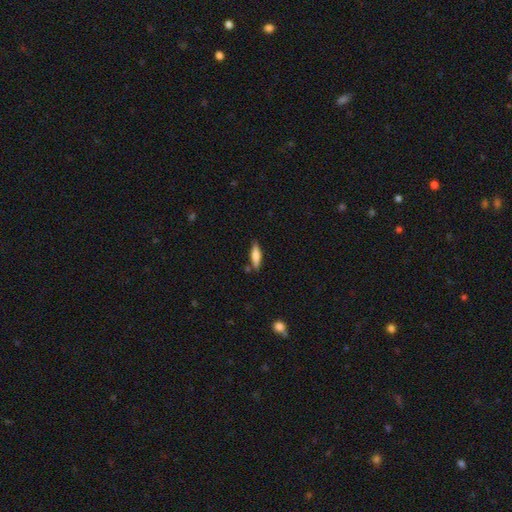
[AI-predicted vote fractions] smooth 68%, featured or disk 25%, star or artifact 6%. Down the decision tree: how rounded — cigar-shaped (64%); merging — none (79%).